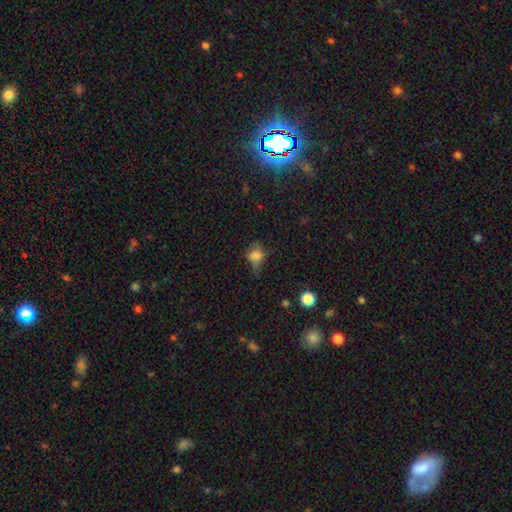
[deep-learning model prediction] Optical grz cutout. It shows a smooth galaxy with no disk features (73%) that is round (53%). Merging: none (40%).